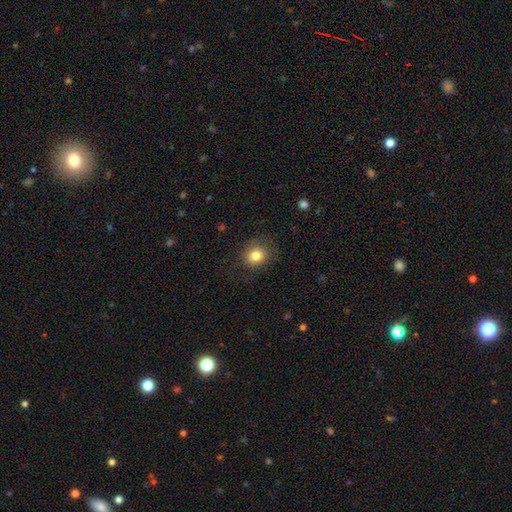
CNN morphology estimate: Smooth or featured: smooth — 82% (star or artifact — 11%)
How rounded: round — 73% (in between — 26%)
Merging: none — 82% (minor disturbance — 12%)